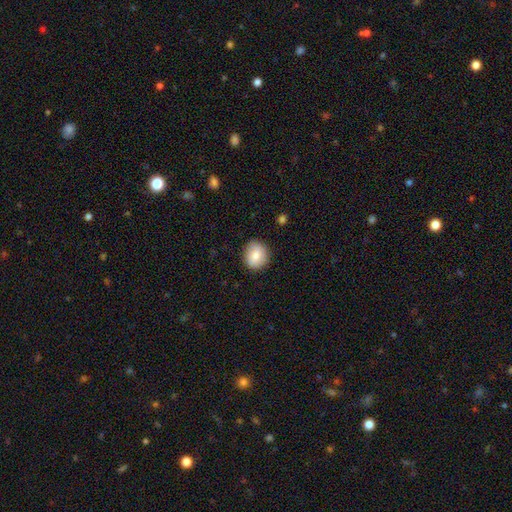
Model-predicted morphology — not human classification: smooth 80%, featured or disk 12%, star or artifact 8%. Down the decision tree: how rounded — round (75%); merging — none (85%).